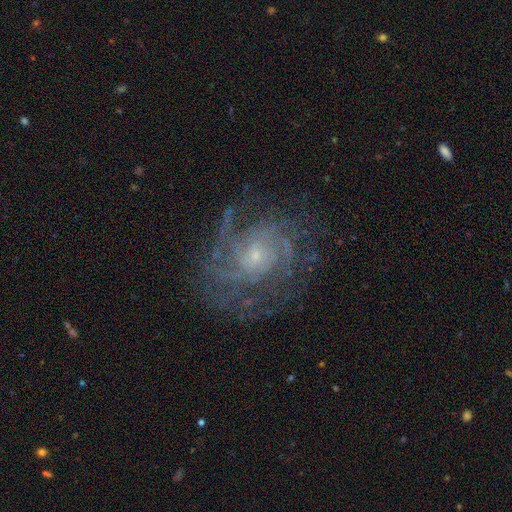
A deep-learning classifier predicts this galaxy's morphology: type=featured or disk (86%); edge-on=no (98%); bar=no (71%); spiral arms=yes (96%); winding=tight (56%); arm count=can't tell (30%); bulge=small (75%); merging=none (72%).